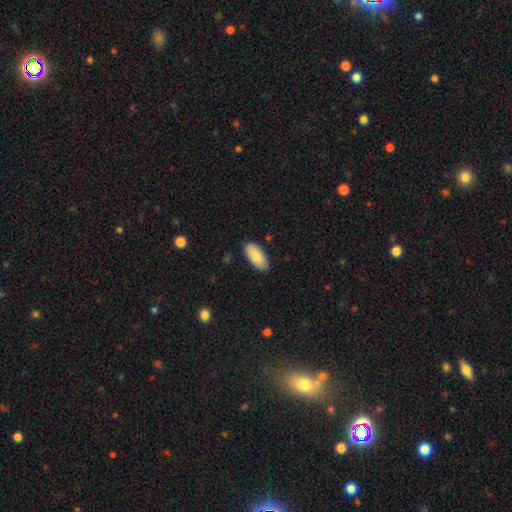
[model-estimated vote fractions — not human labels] Q: Smooth or featured?
A: smooth (85%); runner-up: featured or disk (9%)
Q: How rounded?
A: in between (92%); runner-up: cigar-shaped (6%)
Q: Merging?
A: none (83%); runner-up: minor disturbance (14%)